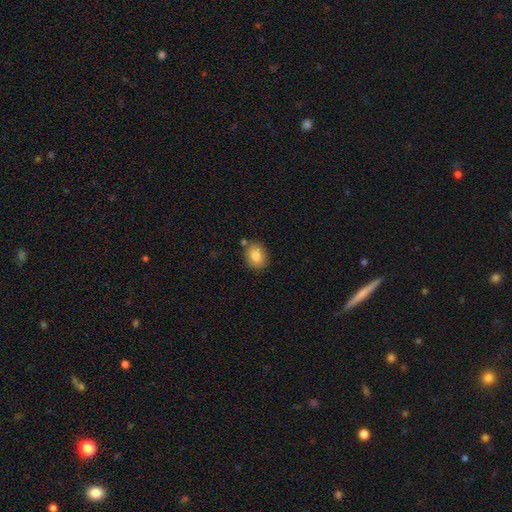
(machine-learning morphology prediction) A smooth galaxy with no disk features (81%) that is in between round and cigar-shaped (50%). Merging: none (81%).